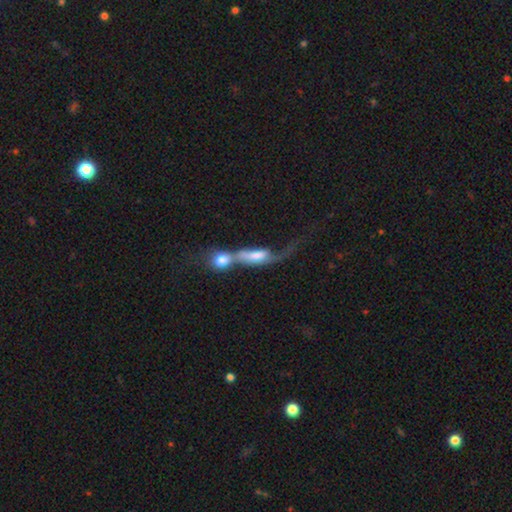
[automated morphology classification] Overall: smooth (54%; featured or disk 37%). How rounded: in between (63%; cigar-shaped 27%). Merging: merger (78%).